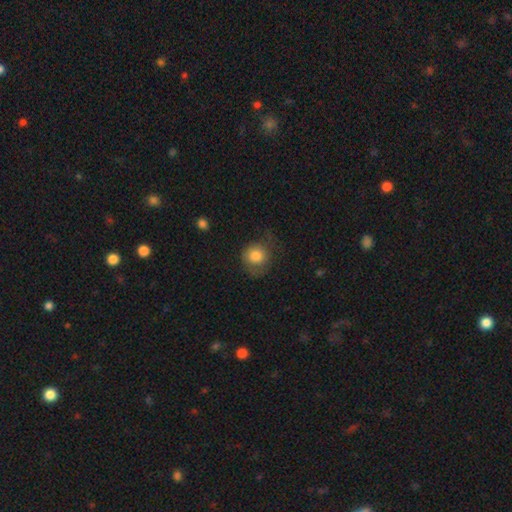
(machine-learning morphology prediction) smooth 79%, featured or disk 13%, star or artifact 8%. Down the decision tree: how rounded — round (84%); merging — none (55%).